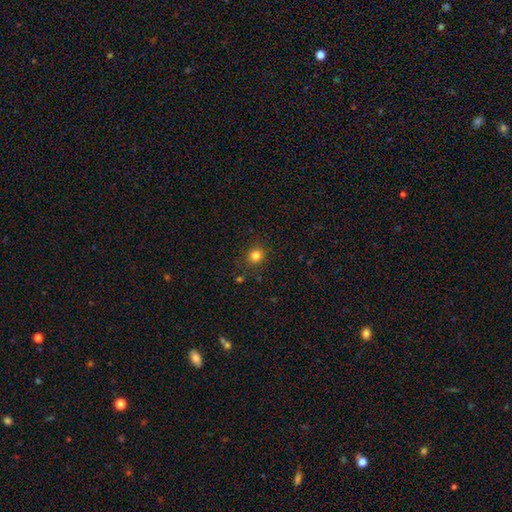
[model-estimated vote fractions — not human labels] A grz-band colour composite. It shows a smooth galaxy with no disk features (82%) that is round (89%). Merging: none (88%).